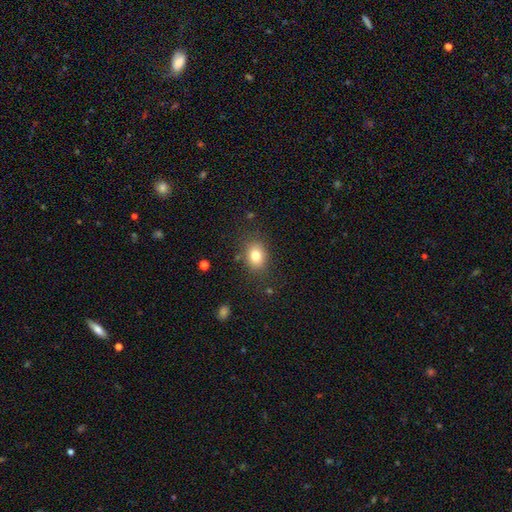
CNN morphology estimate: Smooth or featured?
  - smooth: 80% *
  - star or artifact: 11%
  - featured or disk: 9%
How rounded?
  - in between: 61% *
  - round: 38%
  - cigar-shaped: 1%
Merging?
  - none: 82% *
  - minor disturbance: 12%
  - major disturbance: 4%
  - merger: 2%